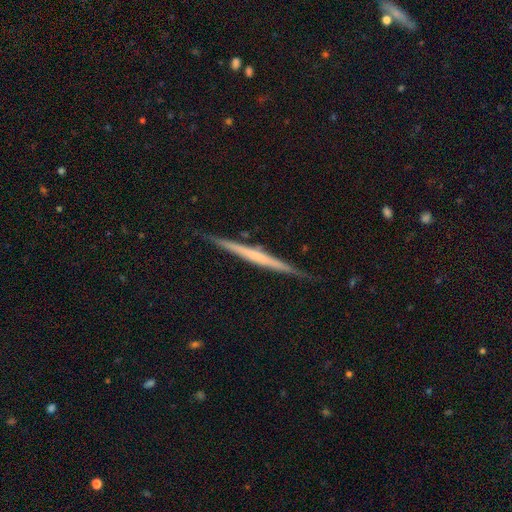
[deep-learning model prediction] Morphology: type=featured or disk (67%); edge-on=yes (98%); edge-on bulge=none (74%); merging=none (89%).